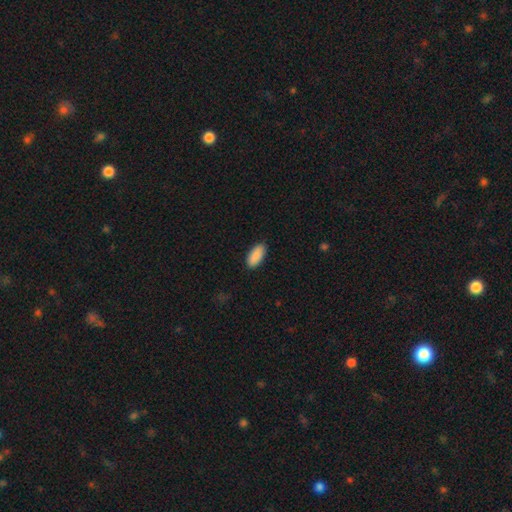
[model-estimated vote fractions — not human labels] Overall: smooth (91%). How rounded: in between (90%). Merging: none (89%).